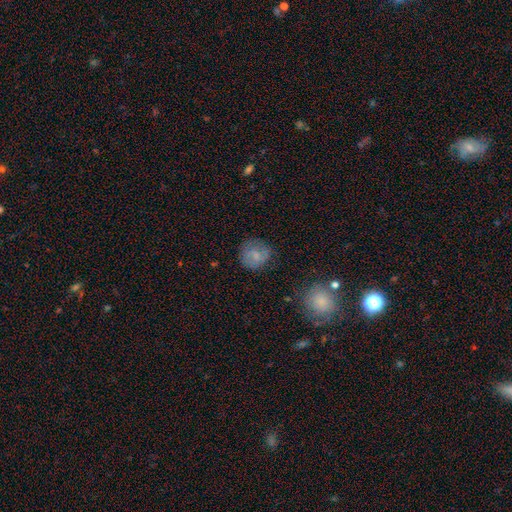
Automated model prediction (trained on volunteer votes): The model was most divided on "merging": none: 70%, minor disturbance: 20%, major disturbance: 8%, merger: 2%. More confident: how rounded — round (81%); smooth or featured — smooth (70%).